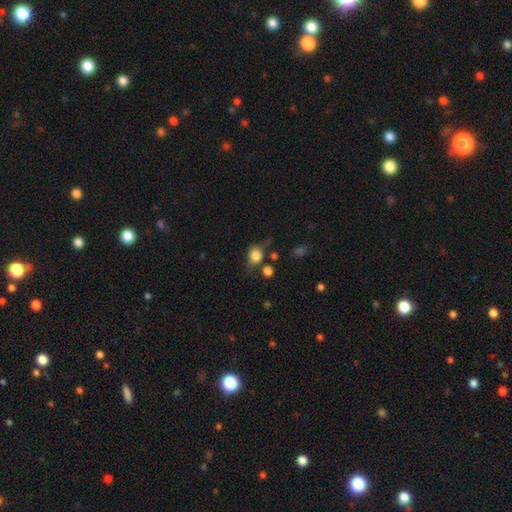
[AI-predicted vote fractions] This appears to be a smooth galaxy with no disk features (76%) that is round (58%). Merging: none (54%).